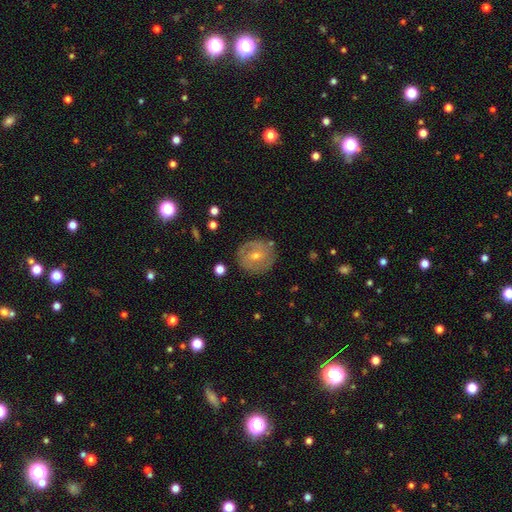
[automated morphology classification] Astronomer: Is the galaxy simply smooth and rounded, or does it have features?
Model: featured or disk — 66%.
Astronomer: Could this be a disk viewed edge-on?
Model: no — 96%.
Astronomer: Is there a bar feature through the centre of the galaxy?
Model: weak — 48% (runner-up: no, 34%).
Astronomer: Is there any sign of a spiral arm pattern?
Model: yes — 67%.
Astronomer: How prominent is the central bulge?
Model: small — 53% (runner-up: moderate, 44%).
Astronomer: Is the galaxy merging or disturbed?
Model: none — 82%.